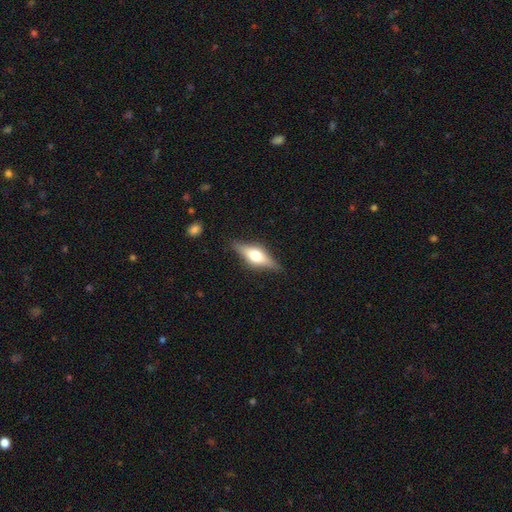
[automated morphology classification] Smooth or featured? Predicted: featured or disk (p=0.58). Edge-on disk? Predicted: yes (p=0.93). Edge-on bulge? Predicted: rounded (p=0.93). Merging? Predicted: none (p=0.85).